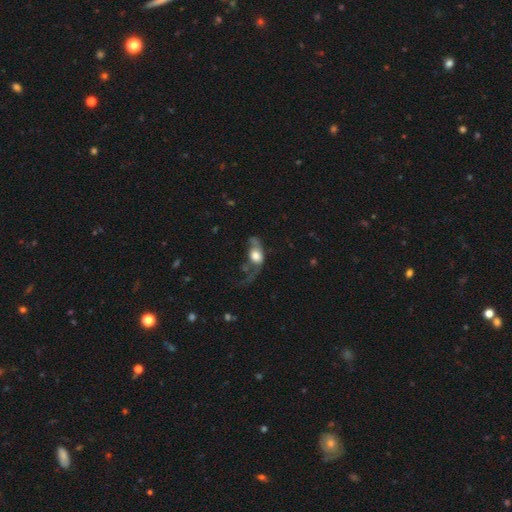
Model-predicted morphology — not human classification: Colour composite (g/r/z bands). It shows a smooth galaxy with no disk features (56%) that is in between round and cigar-shaped (70%). Merging: major disturbance (58%).